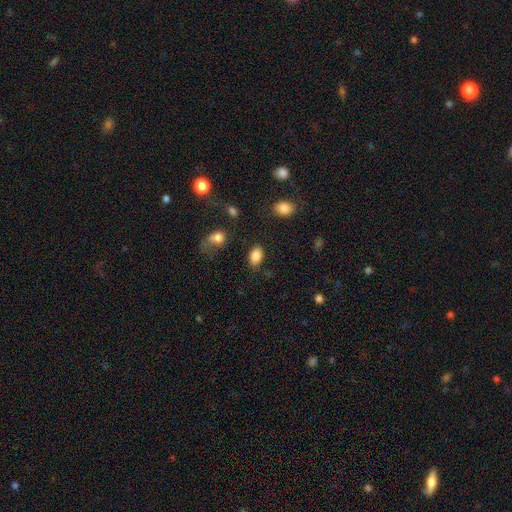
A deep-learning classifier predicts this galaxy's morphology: A smooth galaxy with no disk features (86%) that is in between round and cigar-shaped (85%).

Vote fractions:
- Smooth or featured? smooth: 86% / star or artifact: 8% / featured or disk: 5%
- How rounded? in between: 85% / round: 14% / cigar-shaped: 1%
- Merging? none: 79% / minor disturbance: 14% / major disturbance: 5% / merger: 3%